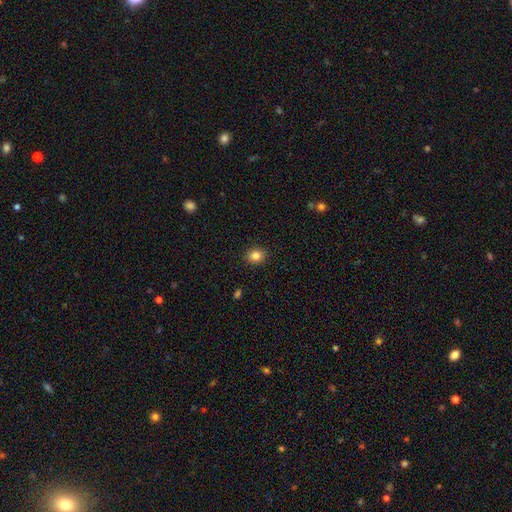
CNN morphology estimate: Smooth or featured? Predicted: smooth (p=0.84). How rounded? Predicted: round (p=0.69). Merging? Predicted: none (p=0.90).